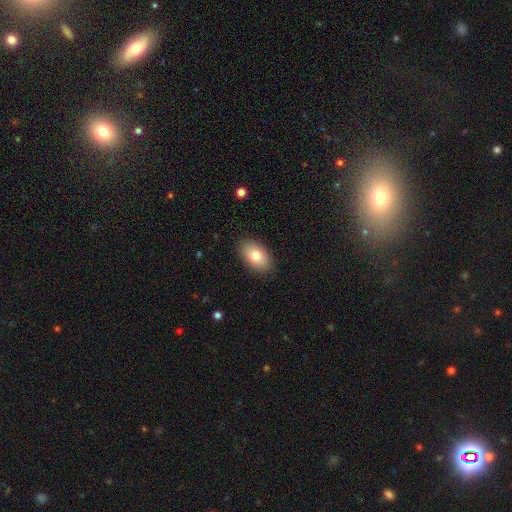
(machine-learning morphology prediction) smooth_or_featured: smooth (p=0.81) [alt: featured or disk p=0.12]
how_rounded: in between (p=0.92) [alt: round p=0.06]
merging: none (p=0.88) [alt: minor disturbance p=0.09]